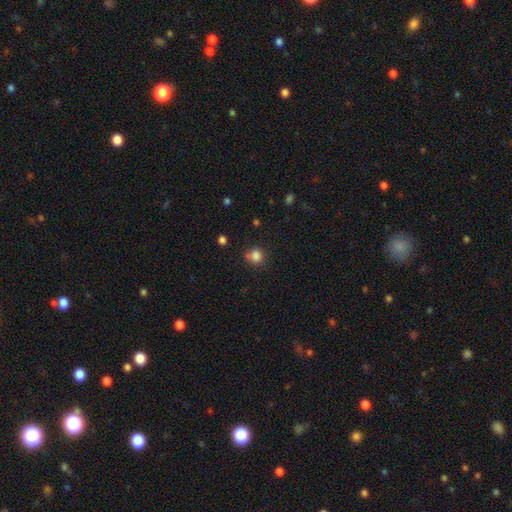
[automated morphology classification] Overall: smooth (82%). How rounded: round (78%). Merging: none (60%).